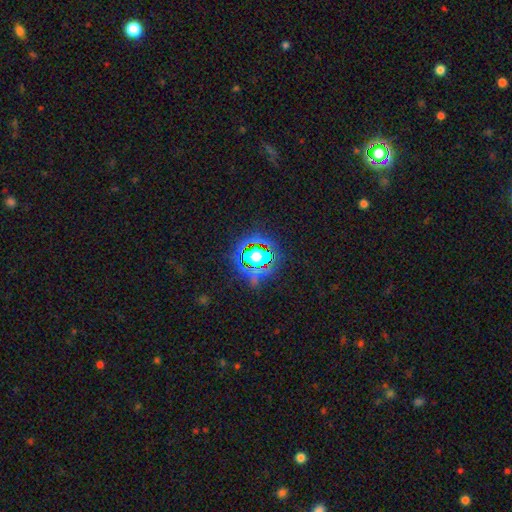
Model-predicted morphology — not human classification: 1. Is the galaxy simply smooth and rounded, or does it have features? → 79% star or artifact, 13% smooth, 8% featured or disk.